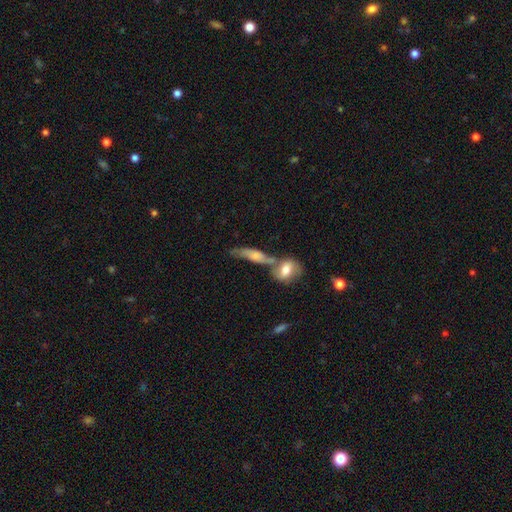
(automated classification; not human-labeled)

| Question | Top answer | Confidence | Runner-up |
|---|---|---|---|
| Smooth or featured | featured or disk | 46% | smooth (43%) |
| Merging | merger | 45% | none (36%) |